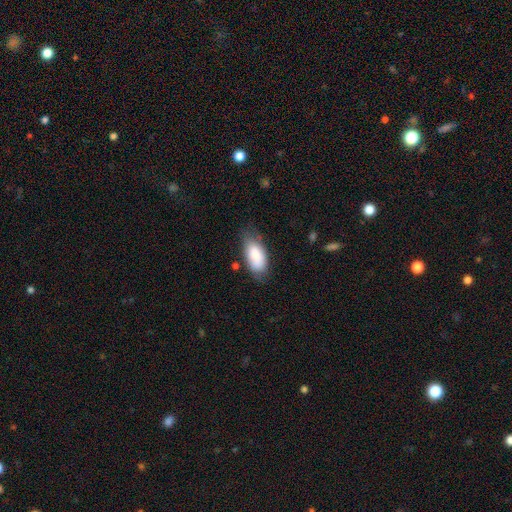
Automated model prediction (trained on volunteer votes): Smooth or featured?
  - smooth: 82% *
  - featured or disk: 11%
  - star or artifact: 7%
How rounded?
  - in between: 92% *
  - cigar-shaped: 5%
  - round: 3%
Merging?
  - none: 59% *
  - minor disturbance: 29%
  - major disturbance: 8%
  - merger: 3%